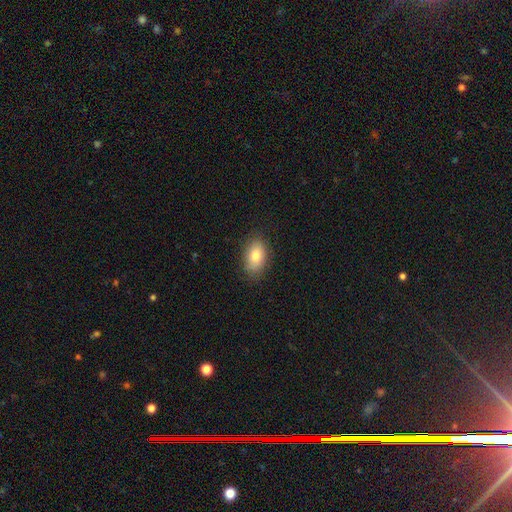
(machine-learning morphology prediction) Q: Smooth or featured?
A: smooth (80%); runner-up: featured or disk (13%)
Q: How rounded?
A: in between (90%); runner-up: round (7%)
Q: Merging?
A: none (84%); runner-up: minor disturbance (12%)